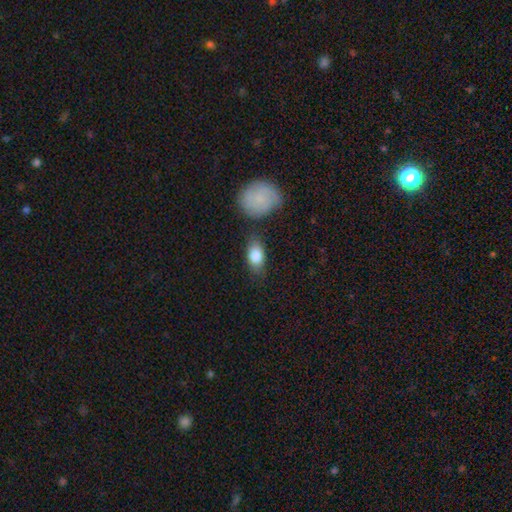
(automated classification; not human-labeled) smooth_or_featured: smooth (p=0.81) [alt: featured or disk p=0.13]
how_rounded: in between (p=0.86) [alt: round p=0.09]
merging: none (p=0.72) [alt: minor disturbance p=0.17]